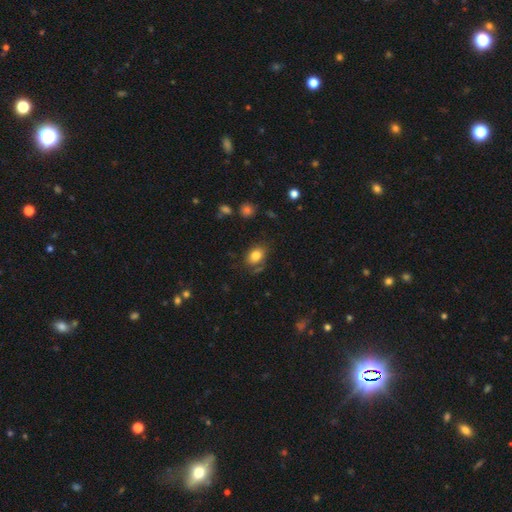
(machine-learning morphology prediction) smooth-or-featured: smooth: 82% | star or artifact: 10% | featured or disk: 9%
  how-rounded: in between: 73% | round: 26% | cigar-shaped: 1%
  merging: none: 72% | minor disturbance: 18% | major disturbance: 6% | merger: 5%